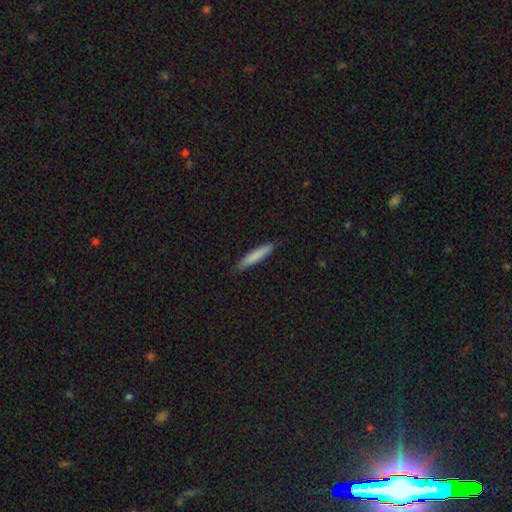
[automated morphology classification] A smooth galaxy with no disk features (80%) that is cigar-shaped (91%). Merging: none (86%).